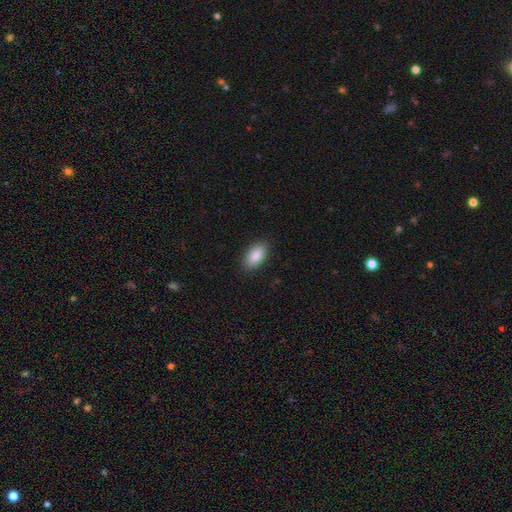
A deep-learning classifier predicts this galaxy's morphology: A smooth galaxy with no disk features (87%) that is in between round and cigar-shaped (93%).

Vote fractions:
- Smooth or featured? smooth: 87% / star or artifact: 7% / featured or disk: 6%
- How rounded? in between: 93% / cigar-shaped: 4% / round: 3%
- Merging? none: 88% / minor disturbance: 9% / major disturbance: 2% / merger: 1%